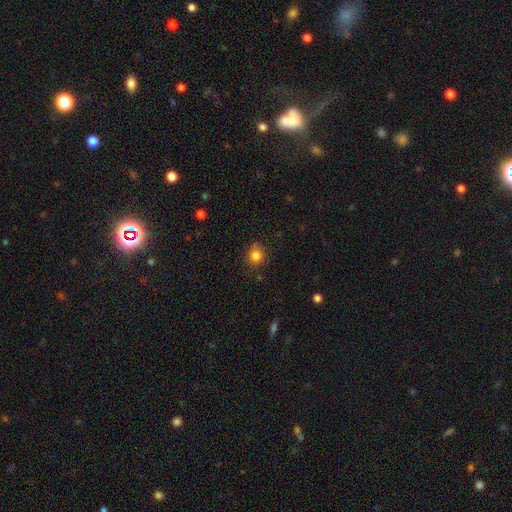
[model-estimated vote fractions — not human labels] smooth_or_featured: smooth (p=0.83) [alt: star or artifact p=0.12]
how_rounded: round (p=0.84) [alt: in between p=0.15]
merging: none (p=0.76) [alt: minor disturbance p=0.17]